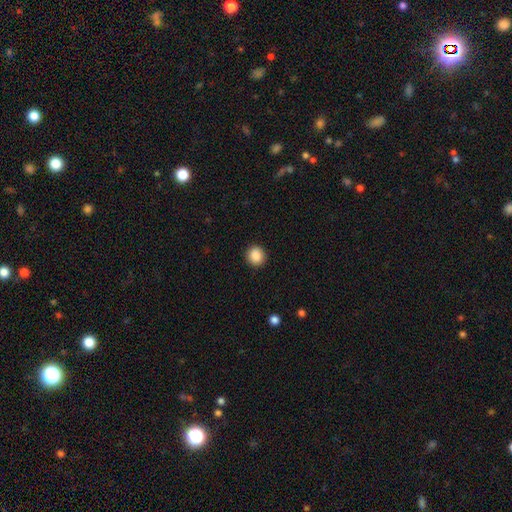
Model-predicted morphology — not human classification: smooth_or_featured: smooth (p=0.88) [alt: star or artifact p=0.09]
how_rounded: round (p=0.90) [alt: in between p=0.09]
merging: none (p=0.92) [alt: minor disturbance p=0.05]